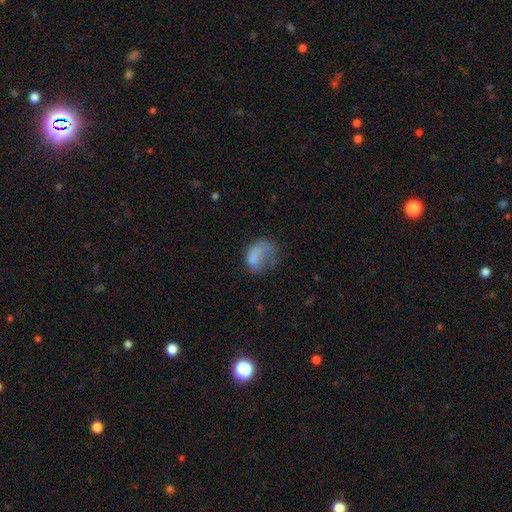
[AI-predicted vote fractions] This is likely a smooth galaxy (61%). How rounded: likely in between (68%). Merging: possibly major disturbance (51%).